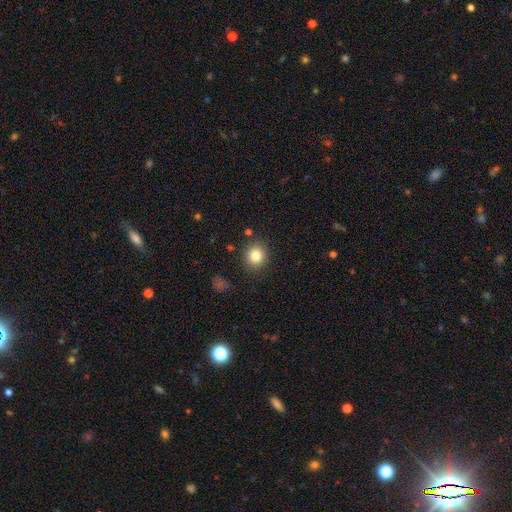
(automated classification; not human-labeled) Smooth or featured?
  - smooth: 83% *
  - star or artifact: 10%
  - featured or disk: 7%
How rounded?
  - round: 77% *
  - in between: 22%
  - cigar-shaped: 1%
Merging?
  - none: 87% *
  - minor disturbance: 9%
  - major disturbance: 3%
  - merger: 2%